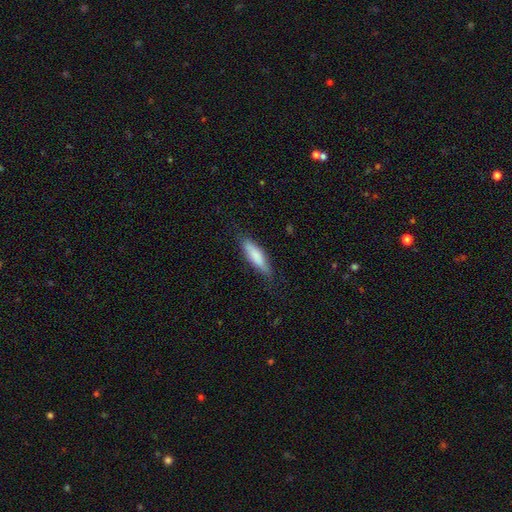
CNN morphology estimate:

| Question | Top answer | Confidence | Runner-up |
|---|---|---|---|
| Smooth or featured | smooth | 78% | featured or disk (16%) |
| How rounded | cigar-shaped | 63% | in between (36%) |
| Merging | none | 78% | minor disturbance (17%) |